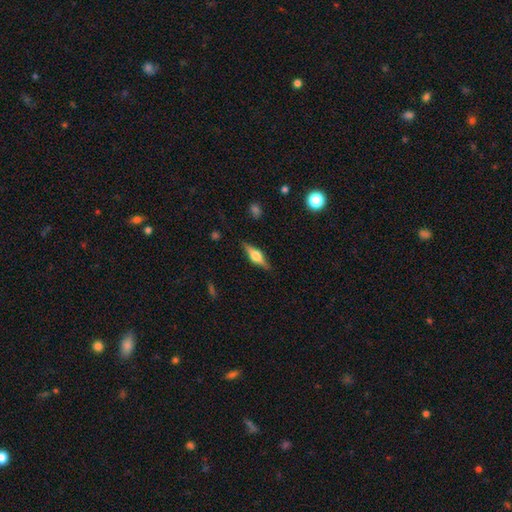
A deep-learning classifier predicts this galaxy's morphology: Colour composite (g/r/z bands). It shows a featured or disk galaxy (67%) viewed edge-on (96%) with a rounded central bulge (90%). Merging: none (87%).